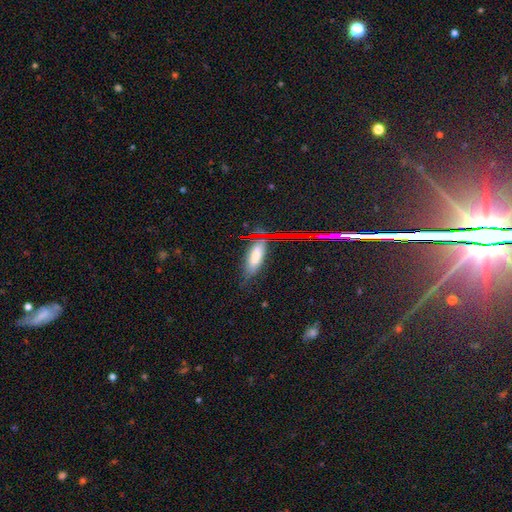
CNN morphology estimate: Smooth or featured? Predicted: smooth (p=0.64). How rounded? Predicted: in between (p=0.67). Merging? Predicted: none (p=0.68).